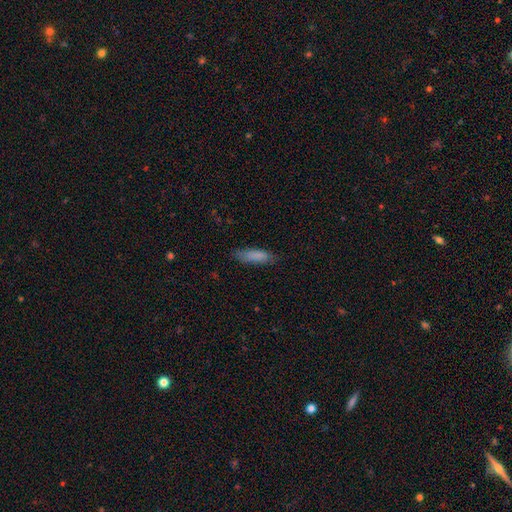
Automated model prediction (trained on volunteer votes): Smooth or featured: smooth — 83% (featured or disk — 10%)
How rounded: cigar-shaped — 53% (in between — 46%)
Merging: none — 74% (minor disturbance — 20%)